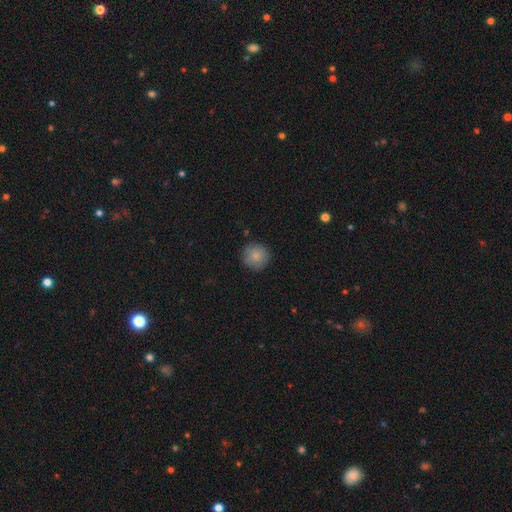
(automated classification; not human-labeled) A smooth galaxy with no disk features (84%) that is round (94%). Merging: none (86%).